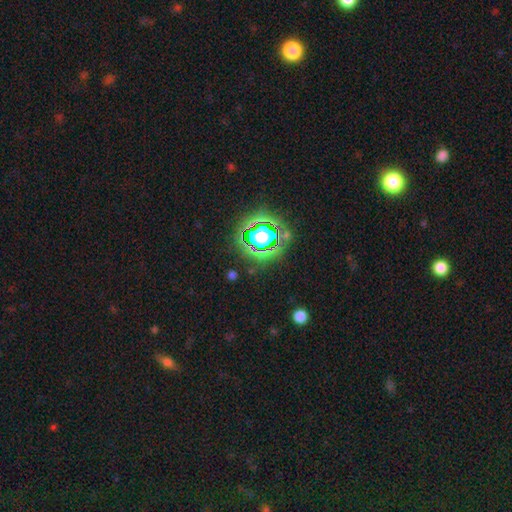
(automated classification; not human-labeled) The model was most divided on "smooth or featured": star or artifact: 82%, smooth: 12%, featured or disk: 6%.